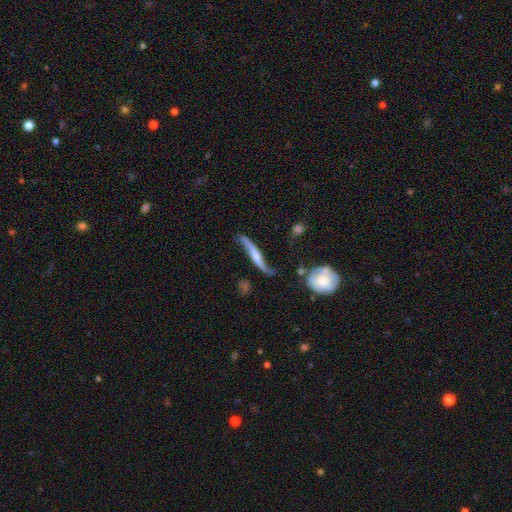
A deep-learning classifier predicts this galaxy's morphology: Overall: featured or disk (80%). Edge-on disk: no (56%; yes 44%). Merging: none (61%; minor disturbance 23%).